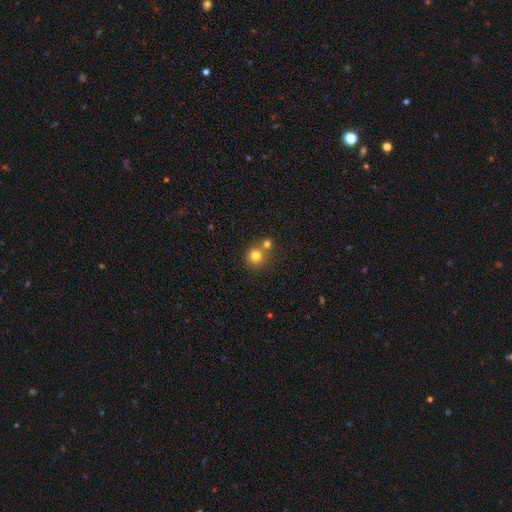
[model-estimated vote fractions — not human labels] Overall: smooth (79%). How rounded: round (90%). Merging: none (56%; merger 34%).